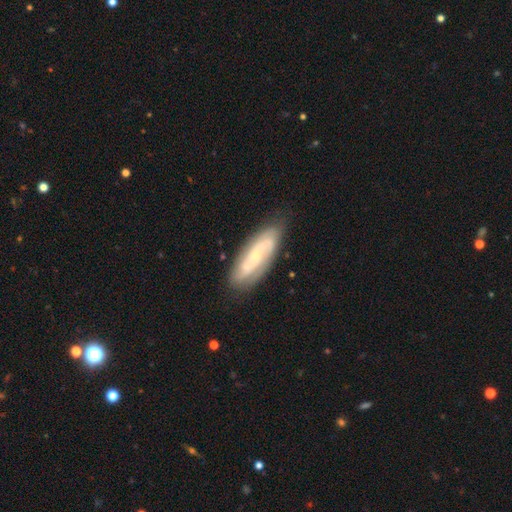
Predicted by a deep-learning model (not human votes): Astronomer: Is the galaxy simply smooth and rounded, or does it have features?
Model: featured or disk — 75%.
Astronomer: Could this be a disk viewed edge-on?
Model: no — 88%.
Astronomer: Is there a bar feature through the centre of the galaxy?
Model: no — 51% (runner-up: weak, 35%).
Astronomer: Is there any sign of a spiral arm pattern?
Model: yes — 92%.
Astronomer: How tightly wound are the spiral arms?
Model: medium — 41% (runner-up: tight, 39%).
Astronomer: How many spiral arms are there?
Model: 2 — 67%.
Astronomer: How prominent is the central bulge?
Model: small — 72%.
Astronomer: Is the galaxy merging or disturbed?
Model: none — 80%.